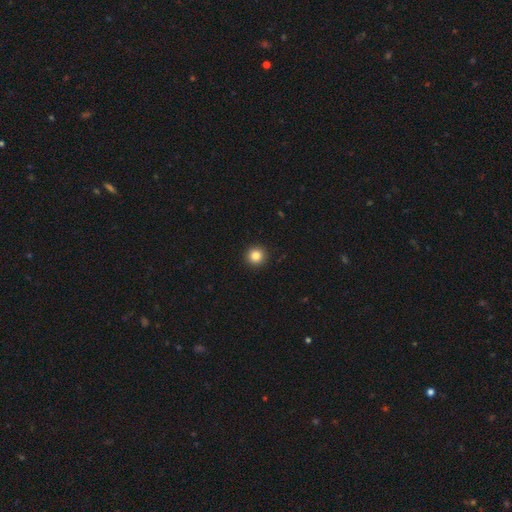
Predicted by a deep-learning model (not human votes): smooth 85%, star or artifact 11%, featured or disk 5%. Down the decision tree: how rounded — round (95%); merging — none (93%).